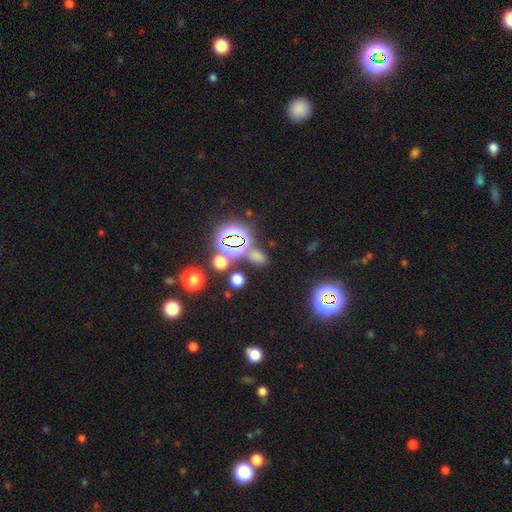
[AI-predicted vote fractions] smooth 47%, star or artifact 45%, featured or disk 7%. Down the decision tree: merging — none (71%).